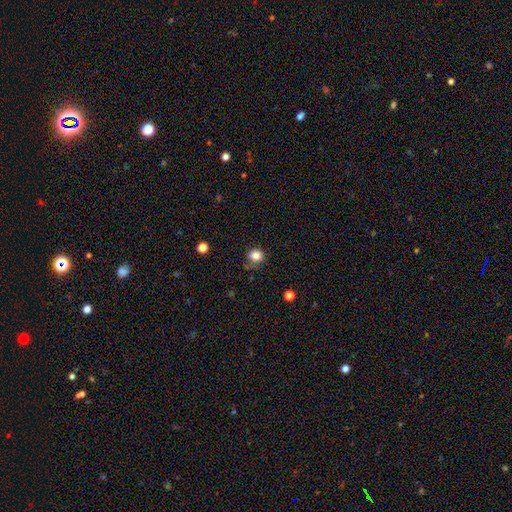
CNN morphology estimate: Smooth or featured? smooth (83%)
How rounded? round (83%)
Merging? none (75%)